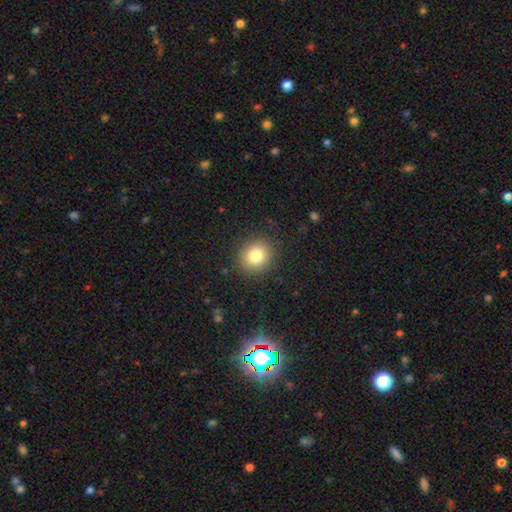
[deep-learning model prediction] A smooth galaxy with no disk features (81%) that is round (81%).

Vote fractions:
- Smooth or featured? smooth: 81% / star or artifact: 11% / featured or disk: 8%
- How rounded? round: 81% / in between: 18% / cigar-shaped: 1%
- Merging? none: 88% / minor disturbance: 8% / major disturbance: 3% / merger: 1%